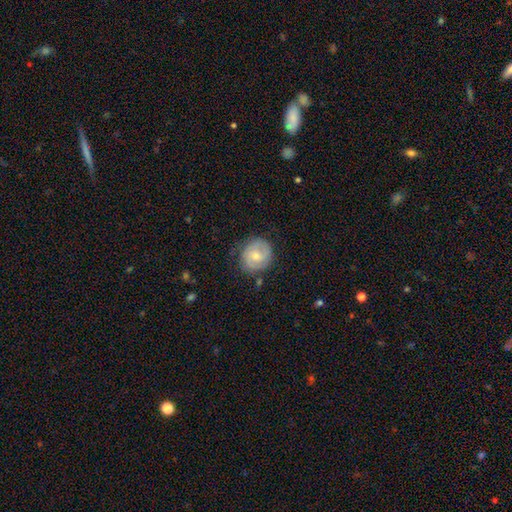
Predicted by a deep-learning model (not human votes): Morphology: type=featured or disk (58%); edge-on=no (98%); bar=no (61%); spiral arms=yes (84%); bulge=small (49%); merging=none (75%).